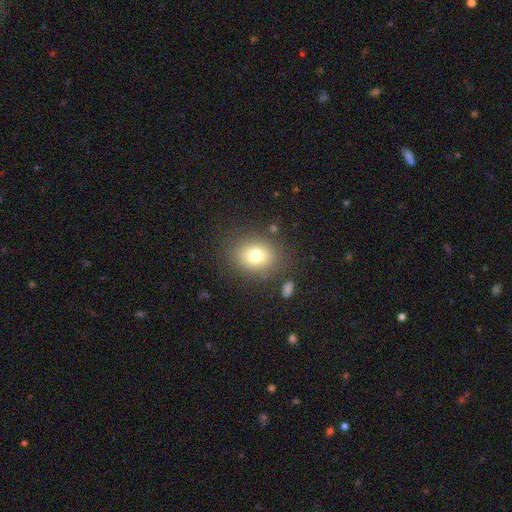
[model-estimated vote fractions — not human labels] A smooth galaxy with no disk features (76%) that is round (52%).

Vote fractions:
- Smooth or featured? smooth: 76% / star or artifact: 12% / featured or disk: 12%
- How rounded? round: 52% / in between: 47% / cigar-shaped: 1%
- Merging? none: 81% / minor disturbance: 11% / major disturbance: 5% / merger: 3%